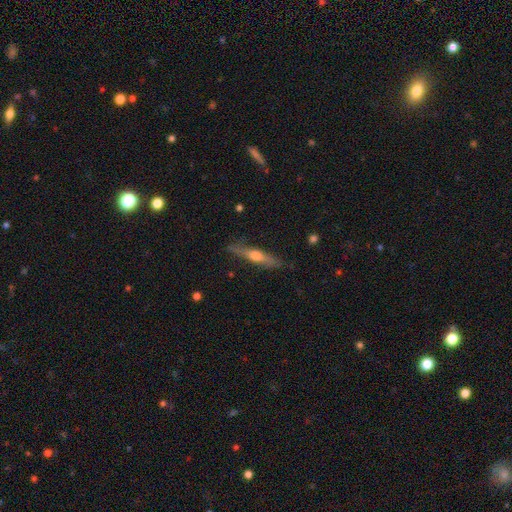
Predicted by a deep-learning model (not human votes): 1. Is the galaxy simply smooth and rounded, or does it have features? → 59% featured or disk, 35% smooth, 6% star or artifact.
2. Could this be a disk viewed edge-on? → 92% yes, 8% no.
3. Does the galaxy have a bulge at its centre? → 77% rounded, 14% boxy, 9% none.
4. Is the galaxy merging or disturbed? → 81% none, 14% minor disturbance, 3% major disturbance, 1% merger.